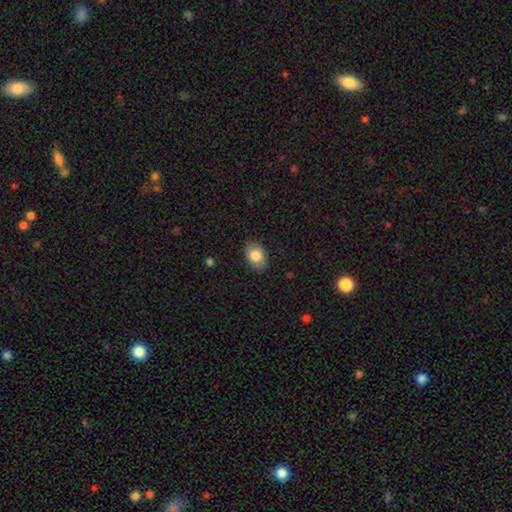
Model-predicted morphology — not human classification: A smooth galaxy with no disk features (81%) that is in between round and cigar-shaped (82%).

Vote fractions:
- Smooth or featured? smooth: 81% / featured or disk: 12% / star or artifact: 7%
- How rounded? in between: 82% / round: 17% / cigar-shaped: 1%
- Merging? none: 85% / minor disturbance: 11% / major disturbance: 3% / merger: 1%